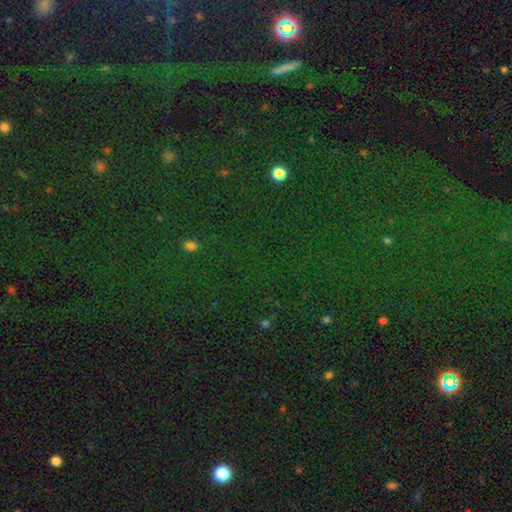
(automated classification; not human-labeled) smooth_or_featured: star or artifact (p=0.80) [alt: smooth p=0.12]